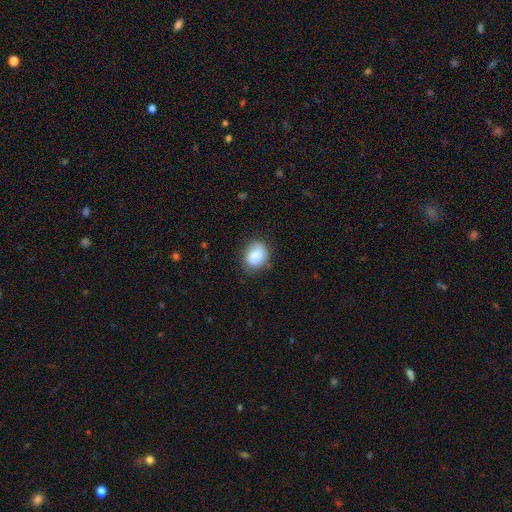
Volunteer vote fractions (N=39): smooth-or-featured: smooth: 87% | featured or disk: 8% | star or artifact: 5%
  how-rounded: round: 59% | in between: 41% | cigar-shaped: 0%
  merging: none: 54% | minor disturbance: 35% | major disturbance: 8% | merger: 3%